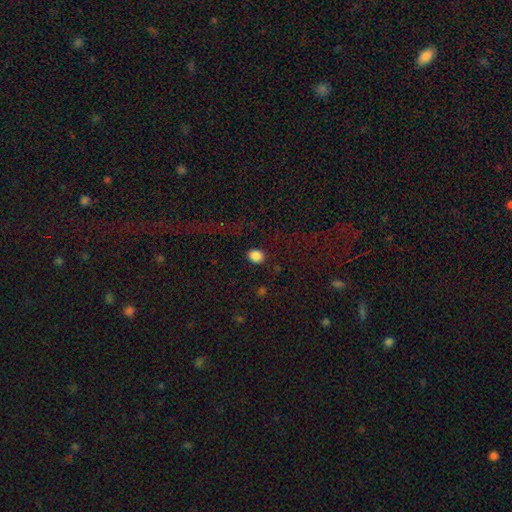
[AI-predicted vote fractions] A smooth galaxy with no disk features (86%) that is in between round and cigar-shaped (52%).

Vote fractions:
- Smooth or featured? smooth: 86% / star or artifact: 10% / featured or disk: 4%
- How rounded? in between: 52% / round: 47% / cigar-shaped: 1%
- Merging? none: 87% / minor disturbance: 8% / major disturbance: 3% / merger: 2%